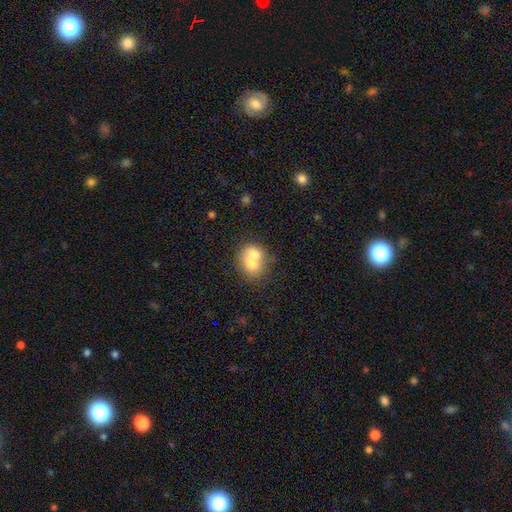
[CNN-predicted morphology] Smooth or featured?
  - smooth: 67% *
  - featured or disk: 23%
  - star or artifact: 9%
How rounded?
  - round: 51% *
  - in between: 48%
  - cigar-shaped: 1%
Merging?
  - merger: 63% *
  - none: 25%
  - minor disturbance: 8%
  - major disturbance: 4%